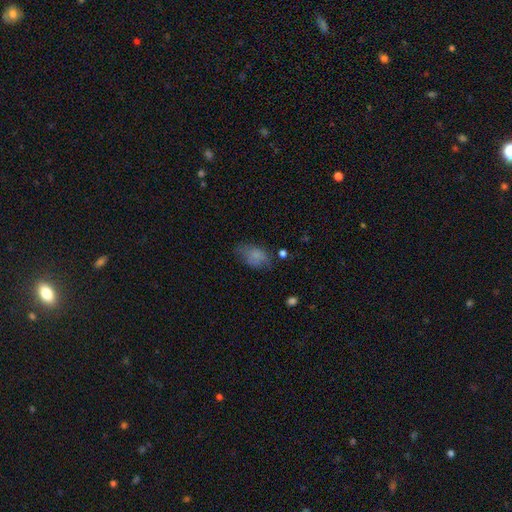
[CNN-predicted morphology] smooth-or-featured: smooth: 76% | featured or disk: 13% | star or artifact: 11%
  how-rounded: in between: 89% | round: 9% | cigar-shaped: 2%
  merging: none: 55% | minor disturbance: 28% | major disturbance: 14% | merger: 3%